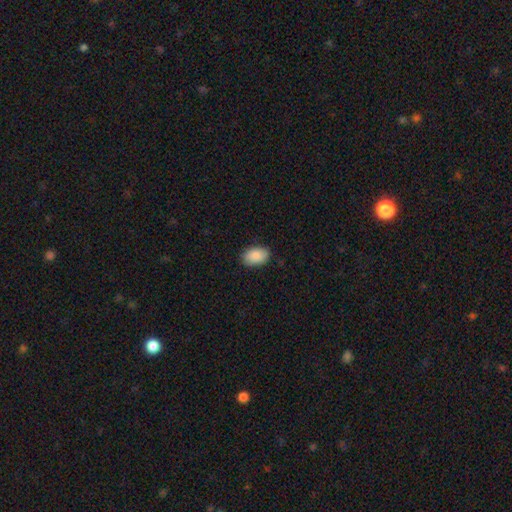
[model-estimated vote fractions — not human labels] Morphology: type=smooth (90%); roundness=in between (90%); merging=none (88%).